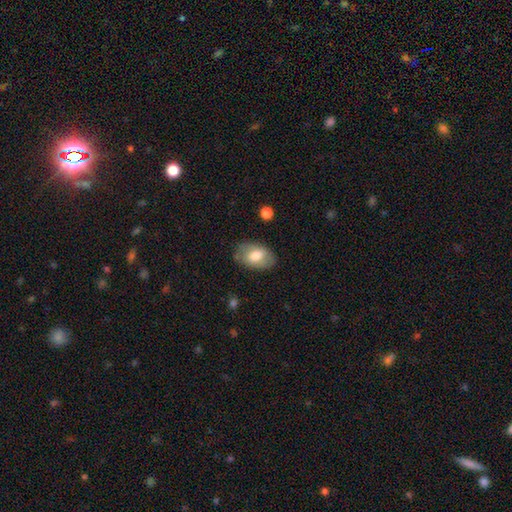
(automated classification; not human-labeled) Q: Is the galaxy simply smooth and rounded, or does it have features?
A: smooth — 71%.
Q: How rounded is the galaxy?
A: in between — 90%.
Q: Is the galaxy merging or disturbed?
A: none — 79%.